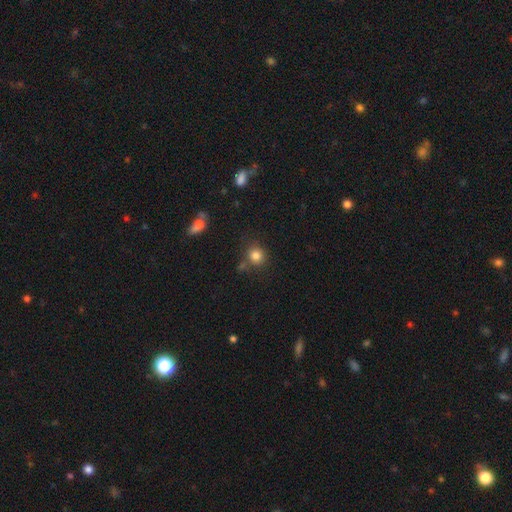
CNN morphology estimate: A smooth galaxy with no disk features (82%) that is round (85%).

Vote fractions:
- Smooth or featured? smooth: 82% / star or artifact: 12% / featured or disk: 6%
- How rounded? round: 85% / in between: 14% / cigar-shaped: 1%
- Merging? none: 72% / merger: 12% / minor disturbance: 12% / major disturbance: 4%